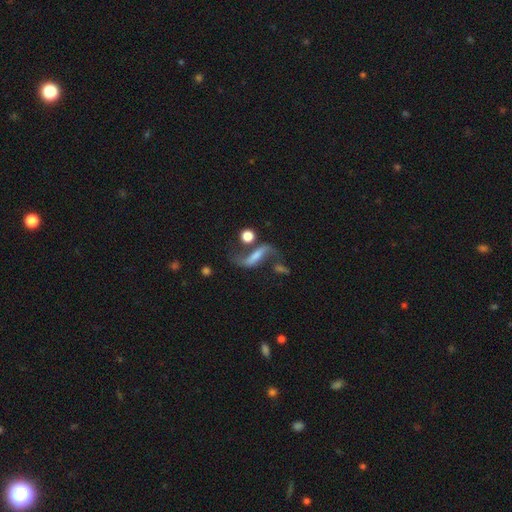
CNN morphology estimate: type=featured or disk (75%); edge-on=no (91%); bar=strong (42%); spiral arms=yes (91%); winding=loose (89%); arm count=2 (90%); bulge=none (33%); merging=none (52%).